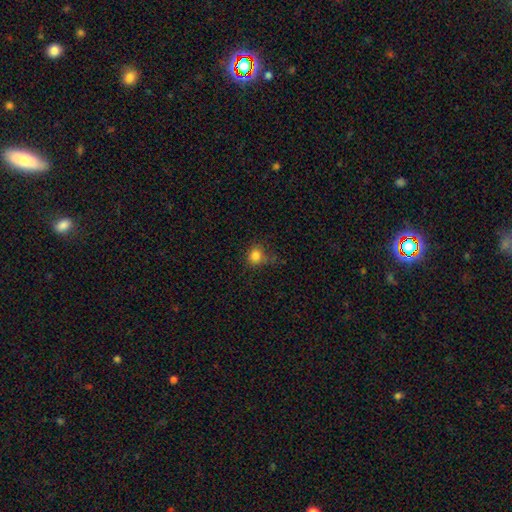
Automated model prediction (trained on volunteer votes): The model was most divided on "merging": none: 65%, minor disturbance: 23%, major disturbance: 9%, merger: 3%. More confident: smooth or featured — smooth (82%); how rounded — round (78%).